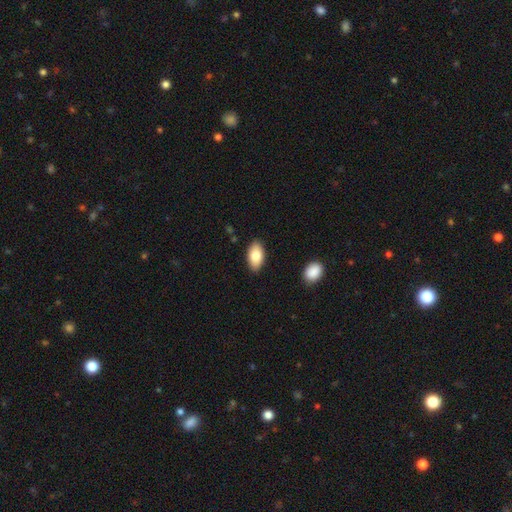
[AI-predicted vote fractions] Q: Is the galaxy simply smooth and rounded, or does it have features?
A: smooth — 81%.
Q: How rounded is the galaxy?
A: in between — 94%.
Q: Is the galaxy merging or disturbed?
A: none — 87%.